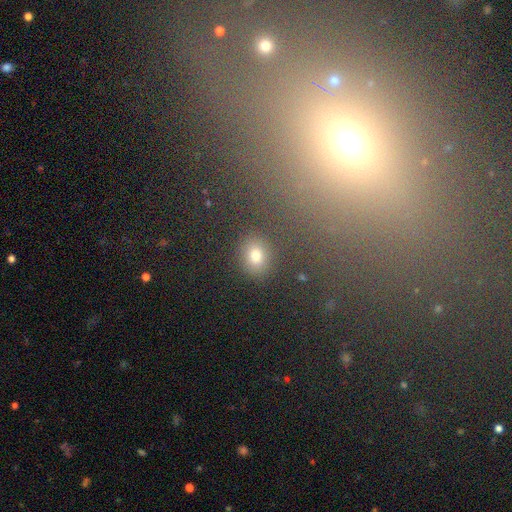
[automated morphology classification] A smooth galaxy with no disk features (75%) that is round (59%). Merging: none (88%).